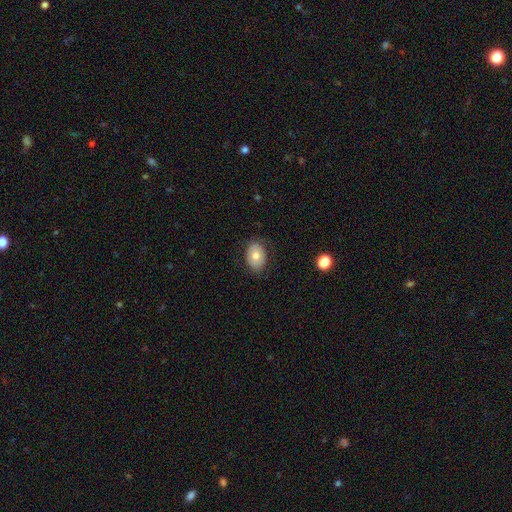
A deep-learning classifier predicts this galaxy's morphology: Smooth or featured: smooth — 72% (featured or disk — 20%)
How rounded: in between — 76% (round — 23%)
Merging: none — 79% (minor disturbance — 15%)